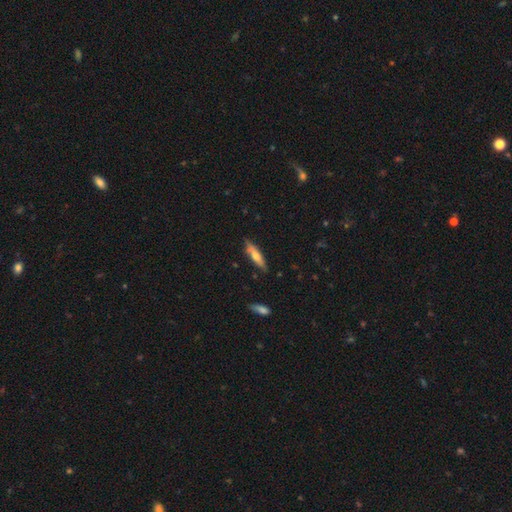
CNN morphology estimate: Q: Smooth or featured?
A: smooth (56%); runner-up: featured or disk (38%)
Q: How rounded?
A: cigar-shaped (74%); runner-up: in between (24%)
Q: Merging?
A: none (78%); runner-up: minor disturbance (17%)